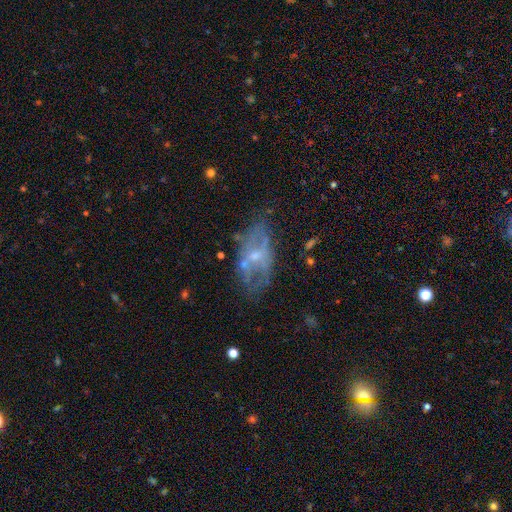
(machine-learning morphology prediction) This is likely a featured or disk galaxy (64%). It is clearly not viewed edge-on (89%). Bar: likely no (68%). Spiral arm pattern: likely no (68%). Central bulge: possibly small (54%). Merging: possibly none (48%).